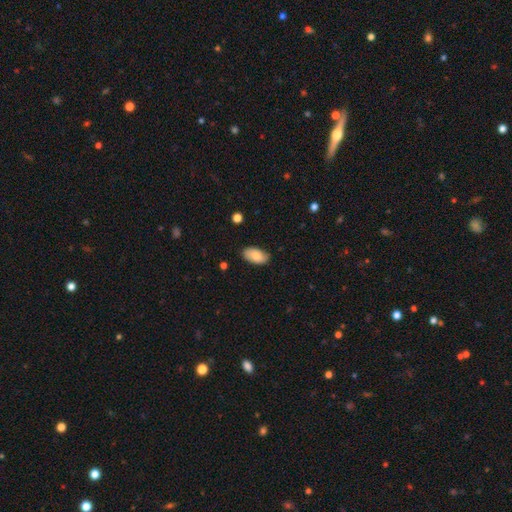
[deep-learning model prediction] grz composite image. It shows a smooth galaxy with no disk features (84%) that is in between round and cigar-shaped (95%). Merging: none (81%).